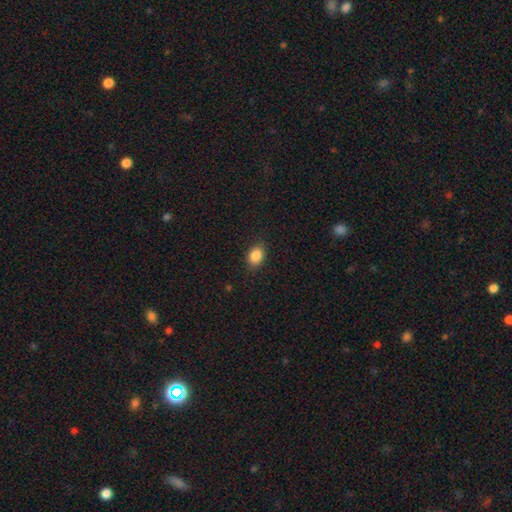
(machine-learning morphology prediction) The model was most divided on "how rounded": in between: 69%, round: 30%, cigar-shaped: 1%. More confident: merging — none (87%); smooth or featured — smooth (86%).